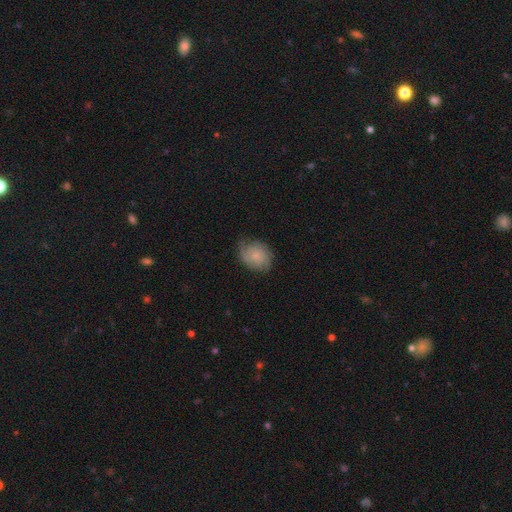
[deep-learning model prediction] Q: Smooth or featured?
A: smooth (59%); runner-up: featured or disk (33%)
Q: How rounded?
A: round (52%); runner-up: in between (47%)
Q: Merging?
A: none (60%); runner-up: minor disturbance (29%)